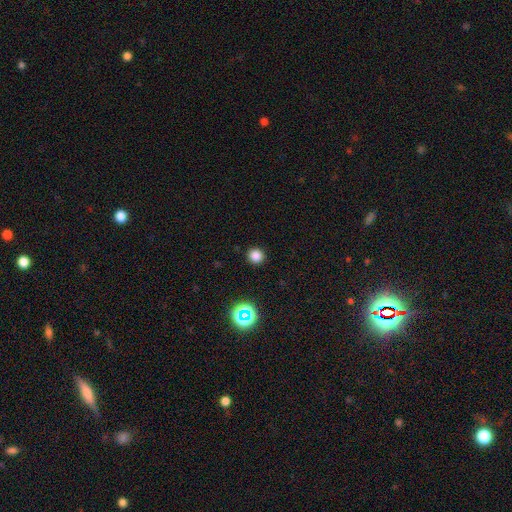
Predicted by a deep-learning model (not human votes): Overall: smooth (80%). How rounded: round (93%). Merging: none (91%).